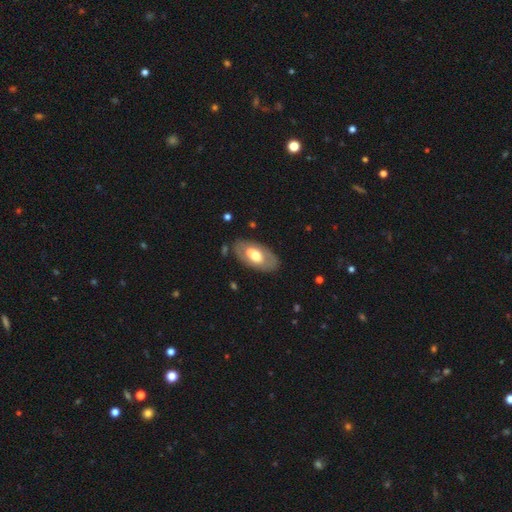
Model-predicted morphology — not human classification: Q: Smooth or featured?
A: smooth (49%); runner-up: featured or disk (45%)
Q: Merging?
A: none (64%); runner-up: merger (16%)